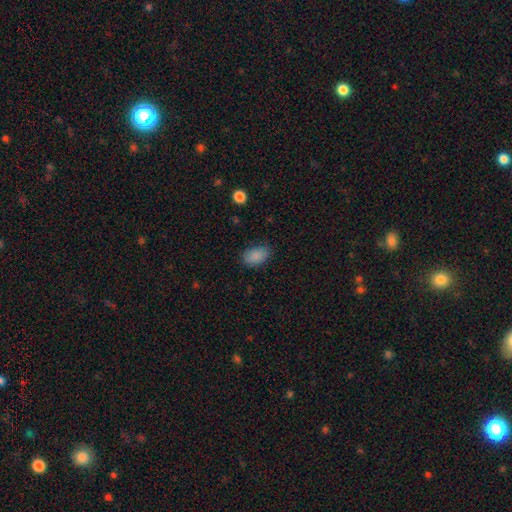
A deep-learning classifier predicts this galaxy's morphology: Smooth or featured? Predicted: smooth (p=0.87). How rounded? Predicted: in between (p=0.89). Merging? Predicted: none (p=0.78).